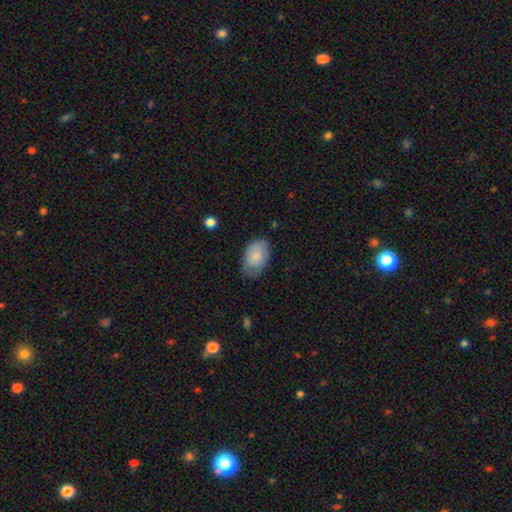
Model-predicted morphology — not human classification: A smooth galaxy with no disk features (81%) that is in between round and cigar-shaped (91%). Merging: none (73%).